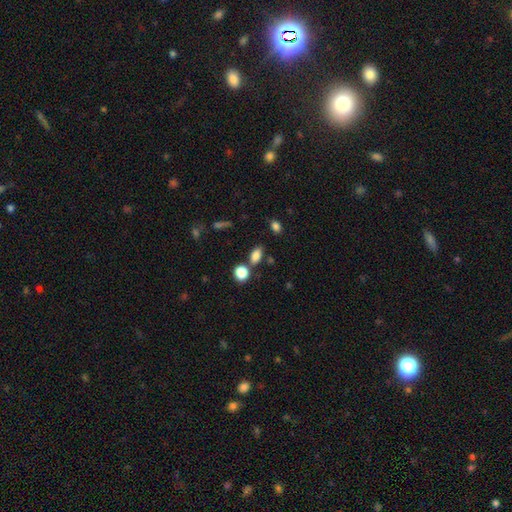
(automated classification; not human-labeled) smooth 82%, star or artifact 12%, featured or disk 6%. Down the decision tree: how rounded — in between (80%); merging — none (71%).